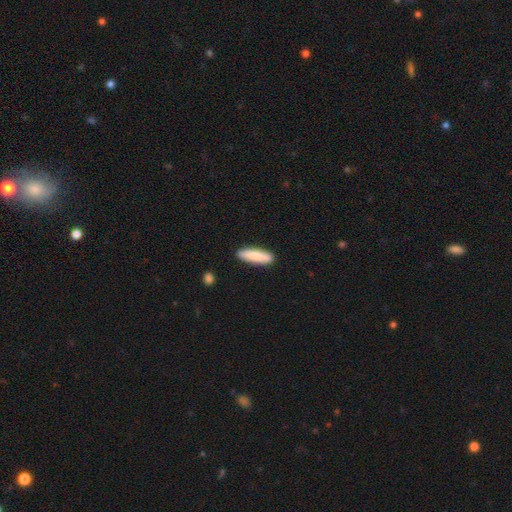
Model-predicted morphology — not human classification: Overall: smooth (82%). How rounded: cigar-shaped (67%; in between 32%). Merging: none (89%).